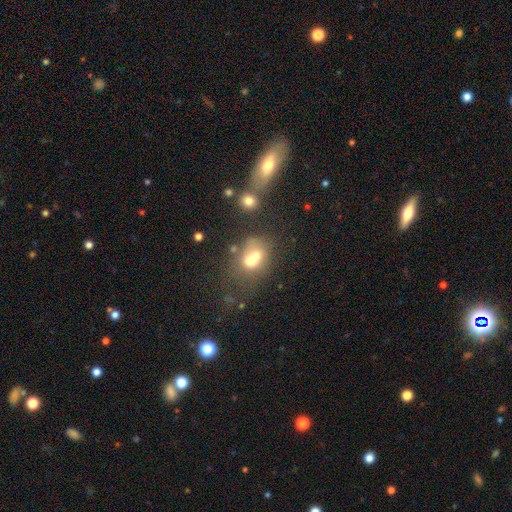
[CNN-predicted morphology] A smooth galaxy with no disk features (61%) that is round (52%).

Vote fractions:
- Smooth or featured? smooth: 61% / featured or disk: 26% / star or artifact: 13%
- How rounded? round: 52% / in between: 46% / cigar-shaped: 1%
- Merging? merger: 60% / none: 24% / minor disturbance: 9% / major disturbance: 7%